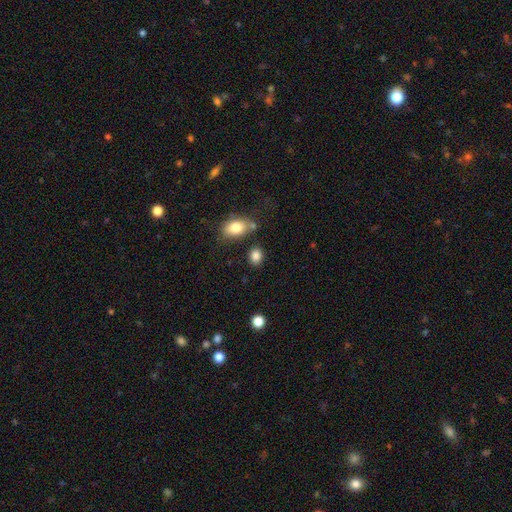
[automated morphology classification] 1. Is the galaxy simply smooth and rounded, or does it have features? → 86% smooth, 9% star or artifact, 5% featured or disk.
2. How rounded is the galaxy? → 56% in between, 42% round, 1% cigar-shaped.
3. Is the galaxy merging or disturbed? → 79% none, 10% minor disturbance, 7% merger, 3% major disturbance.